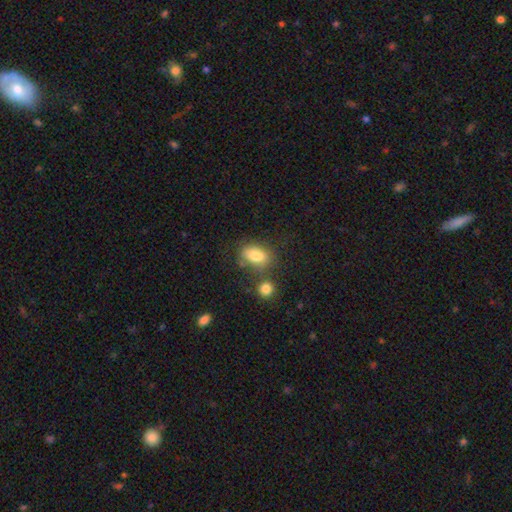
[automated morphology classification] Smooth or featured?
  - smooth: 82% *
  - featured or disk: 10%
  - star or artifact: 8%
How rounded?
  - in between: 86% *
  - round: 11%
  - cigar-shaped: 3%
Merging?
  - none: 63% *
  - minor disturbance: 16%
  - merger: 15%
  - major disturbance: 6%